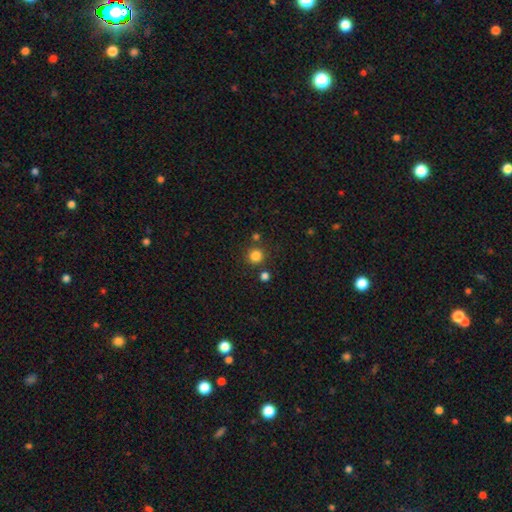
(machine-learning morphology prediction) type=smooth (82%); roundness=round (95%); merging=none (83%).